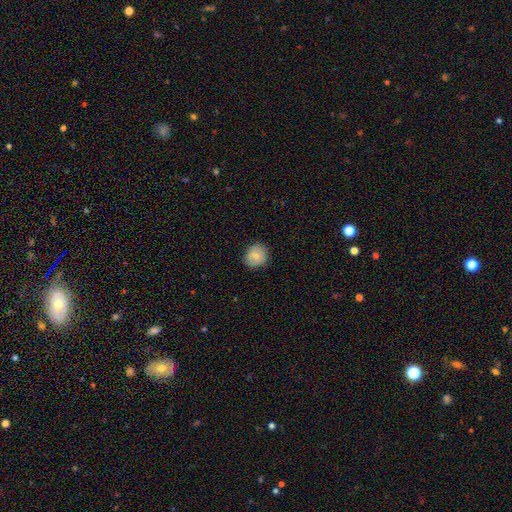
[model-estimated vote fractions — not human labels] A smooth galaxy with no disk features (75%) that is round (76%).

Vote fractions:
- Smooth or featured? smooth: 75% / featured or disk: 17% / star or artifact: 8%
- How rounded? round: 76% / in between: 23% / cigar-shaped: 1%
- Merging? none: 83% / minor disturbance: 13% / major disturbance: 3% / merger: 1%